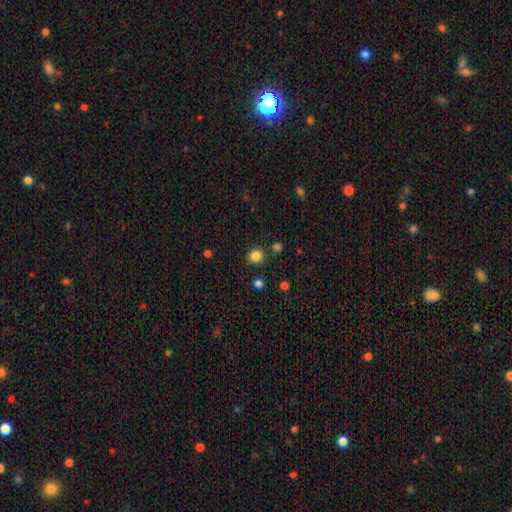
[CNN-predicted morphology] Smooth or featured: smooth — 84% (star or artifact — 12%)
How rounded: round — 88% (in between — 11%)
Merging: none — 85% (minor disturbance — 9%)